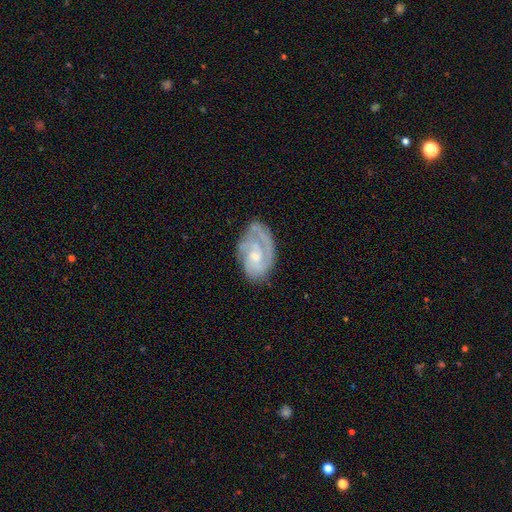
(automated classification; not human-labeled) smooth-or-featured: featured or disk: 82% | smooth: 13% | star or artifact: 6%
  disk-edge-on: no: 97% | yes: 3%
    bar: no: 61% | weak: 33% | strong: 5%
    has-spiral-arms: yes: 94% | no: 6%
      spiral-winding: tight: 54% | medium: 36% | loose: 10%
      spiral-arm-count: 2: 37% | 3: 24% | can't tell: 22% | 1: 9% | 4: 5% | more than 4: 3%
    bulge-size: small: 51% | moderate: 41% | none: 5% | large: 2% | dominant: 1%
  merging: none: 65% | minor disturbance: 23% | major disturbance: 11% | merger: 2%